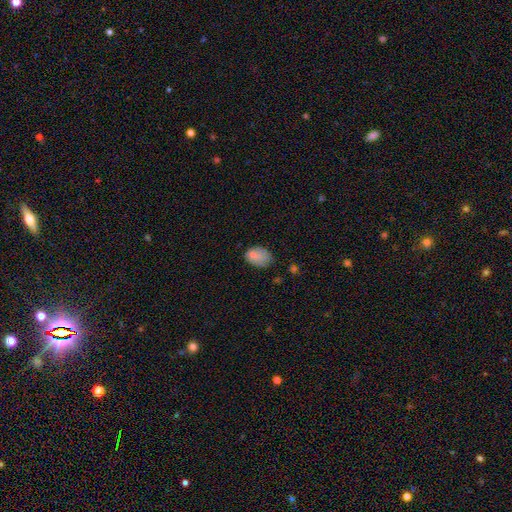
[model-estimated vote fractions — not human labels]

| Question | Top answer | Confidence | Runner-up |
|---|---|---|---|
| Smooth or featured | smooth | 75% | featured or disk (14%) |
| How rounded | in between | 83% | round (15%) |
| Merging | none | 56% | minor disturbance (29%) |